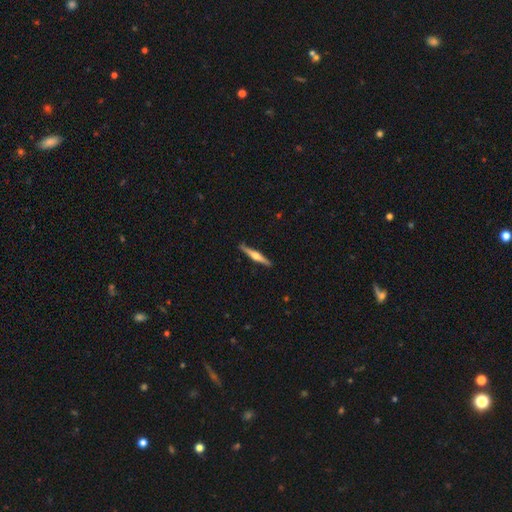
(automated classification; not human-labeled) smooth-or-featured: featured or disk: 70% | smooth: 25% | star or artifact: 5%
  disk-edge-on: yes: 98% | no: 2%
    edge-on-bulge: rounded: 89% | boxy: 6% | none: 5%
  merging: none: 91% | minor disturbance: 7% | major disturbance: 1% | merger: 1%